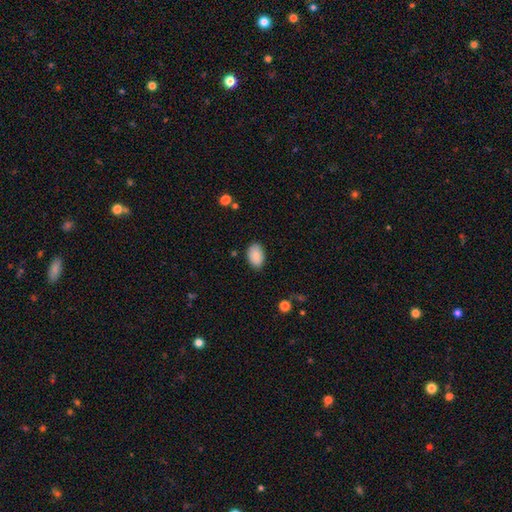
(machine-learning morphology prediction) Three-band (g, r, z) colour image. It shows a smooth galaxy with no disk features (89%) that is in between round and cigar-shaped (90%). Merging: none (85%).